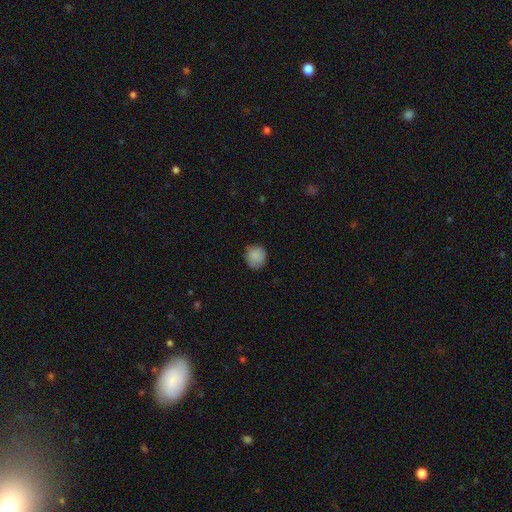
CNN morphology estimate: The model was most divided on "merging": none: 81%, minor disturbance: 15%, major disturbance: 3%, merger: 1%. More confident: how rounded — round (88%); smooth or featured — smooth (87%).